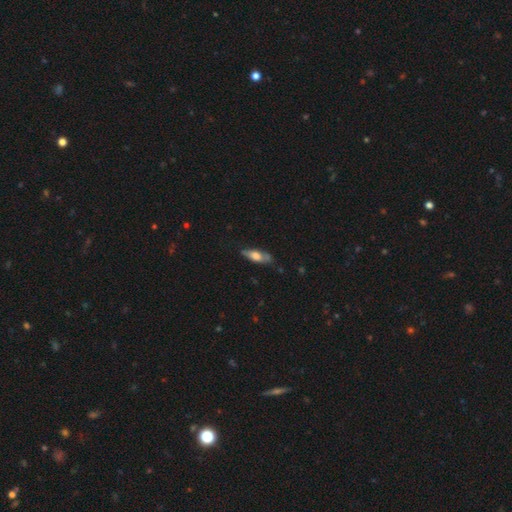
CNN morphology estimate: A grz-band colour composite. It shows a smooth galaxy with no disk features (56%) that is in between round and cigar-shaped (62%). Merging: none (67%).